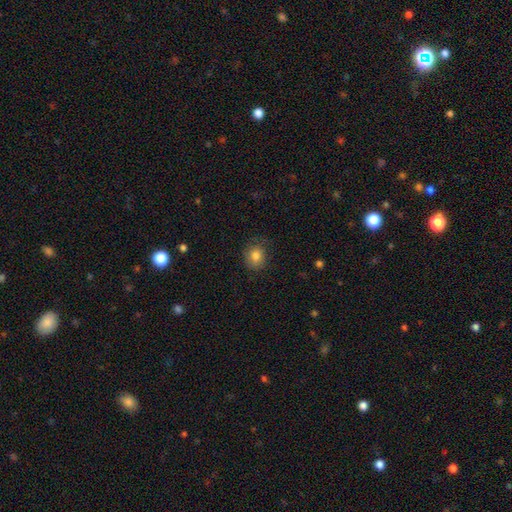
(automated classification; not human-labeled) smooth-or-featured: smooth: 83% | star or artifact: 10% | featured or disk: 7%
  how-rounded: round: 74% | in between: 26% | cigar-shaped: 1%
  merging: none: 78% | minor disturbance: 16% | major disturbance: 5% | merger: 1%